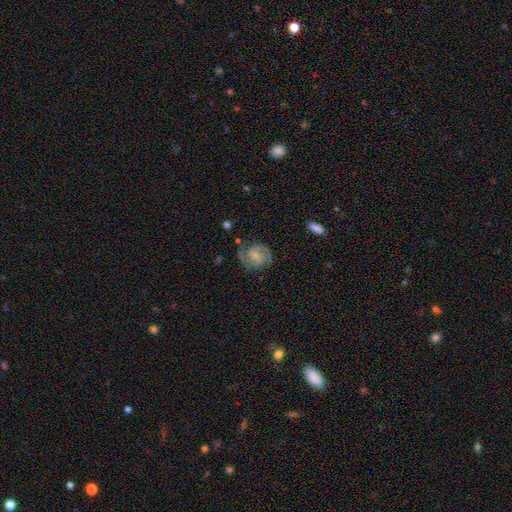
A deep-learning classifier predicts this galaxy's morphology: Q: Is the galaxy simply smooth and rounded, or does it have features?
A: featured or disk — 80%.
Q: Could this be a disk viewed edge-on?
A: no — 98%.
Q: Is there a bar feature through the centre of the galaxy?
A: weak — 48%.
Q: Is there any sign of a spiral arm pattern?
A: yes — 96%.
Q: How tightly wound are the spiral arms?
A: medium — 51%.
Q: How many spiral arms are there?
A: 2 — 89%.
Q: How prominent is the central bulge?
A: small — 43%.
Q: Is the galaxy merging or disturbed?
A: none — 74%.